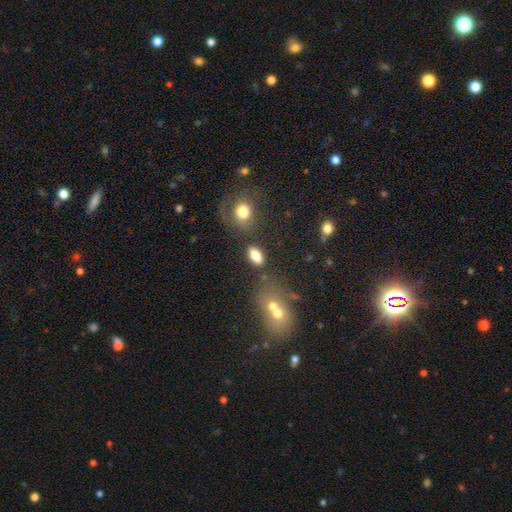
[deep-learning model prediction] smooth 80%, featured or disk 11%, star or artifact 9%. Down the decision tree: how rounded — in between (89%); merging — none (74%).